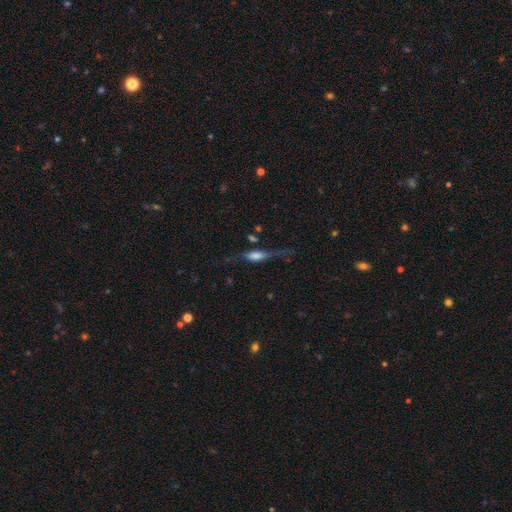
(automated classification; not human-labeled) Morphology: type=featured or disk (54%); edge-on=yes (80%); merging=none (53%).